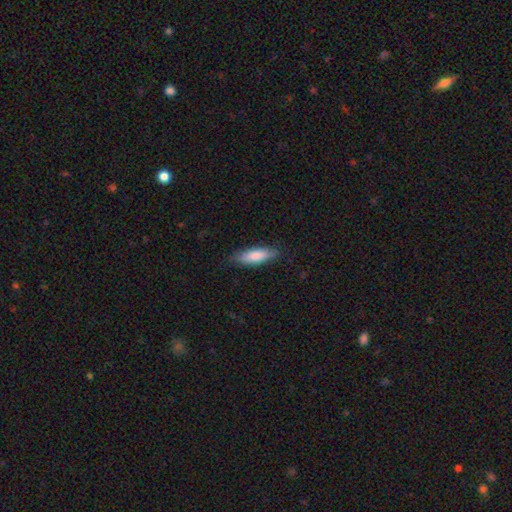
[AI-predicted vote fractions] A smooth galaxy with no disk features (81%) that is cigar-shaped (50%).

Vote fractions:
- Smooth or featured? smooth: 81% / featured or disk: 14% / star or artifact: 6%
- How rounded? cigar-shaped: 50% / in between: 49% / round: 2%
- Merging? none: 82% / minor disturbance: 14% / major disturbance: 3% / merger: 1%